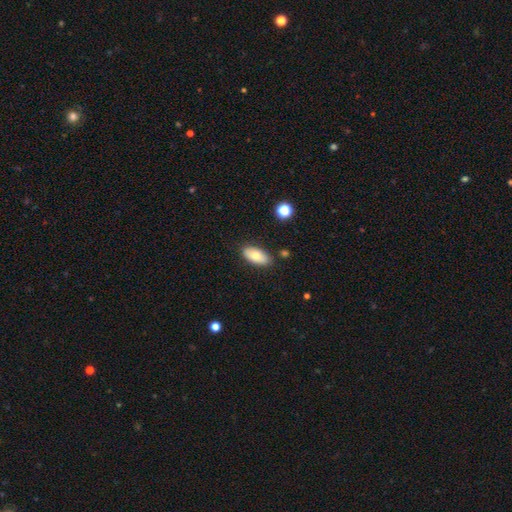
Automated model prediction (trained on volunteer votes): smooth_or_featured: smooth (p=0.80) [alt: featured or disk p=0.13]
how_rounded: in between (p=0.91) [alt: cigar-shaped p=0.06]
merging: none (p=0.82) [alt: minor disturbance p=0.13]